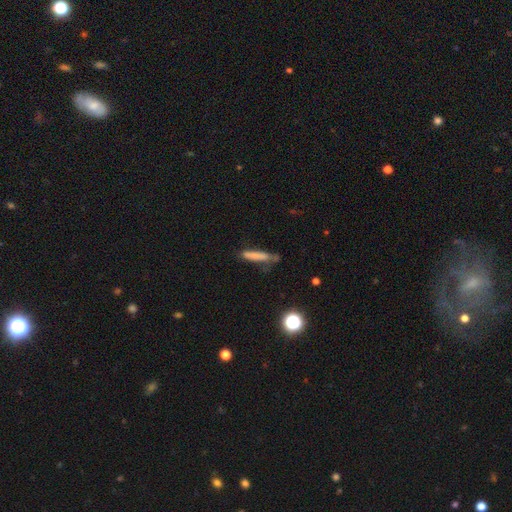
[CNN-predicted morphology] smooth_or_featured: smooth (p=0.72) [alt: featured or disk p=0.17]
how_rounded: cigar-shaped (p=0.87) [alt: in between p=0.11]
merging: none (p=0.57) [alt: minor disturbance p=0.26]